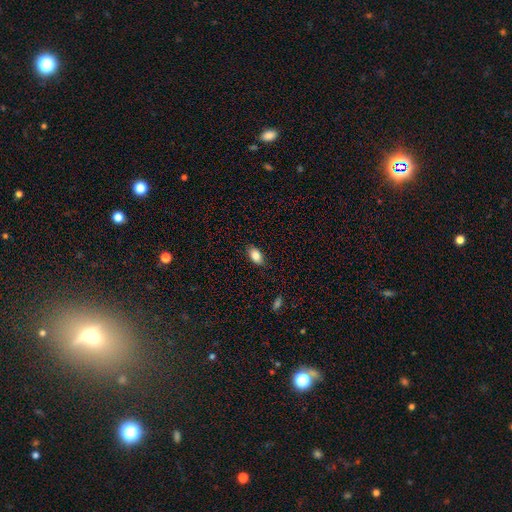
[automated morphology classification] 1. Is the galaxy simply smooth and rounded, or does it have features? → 84% smooth, 8% featured or disk, 8% star or artifact.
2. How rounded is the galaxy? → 90% in between, 7% round, 3% cigar-shaped.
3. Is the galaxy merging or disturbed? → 84% none, 13% minor disturbance, 2% major disturbance, 1% merger.